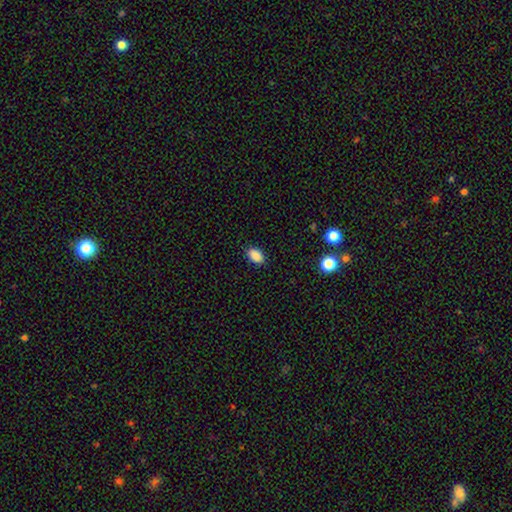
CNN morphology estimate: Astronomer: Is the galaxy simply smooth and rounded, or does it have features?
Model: smooth — 88%.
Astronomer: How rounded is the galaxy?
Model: in between — 87%.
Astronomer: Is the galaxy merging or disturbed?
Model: none — 87%.